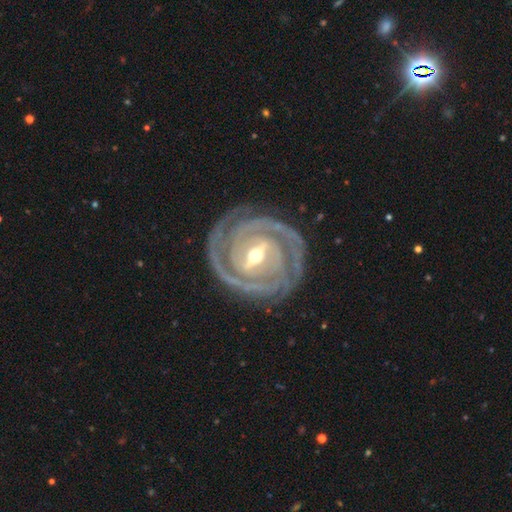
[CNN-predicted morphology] Smooth or featured? featured or disk (93%)
Edge-on disk? no (97%)
Bar? strong (59%)
Spiral arms? yes (98%)
Spiral winding? tight (82%)
Spiral arm count? 2 (60%)
Bulge size? moderate (56%)
Merging? none (84%)